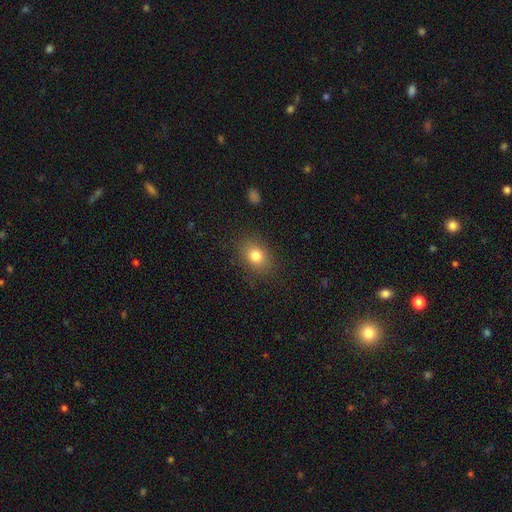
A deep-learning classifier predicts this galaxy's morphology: smooth_or_featured: smooth (p=0.80) [alt: star or artifact p=0.11]
how_rounded: in between (p=0.60) [alt: round p=0.39]
merging: none (p=0.84) [alt: minor disturbance p=0.11]